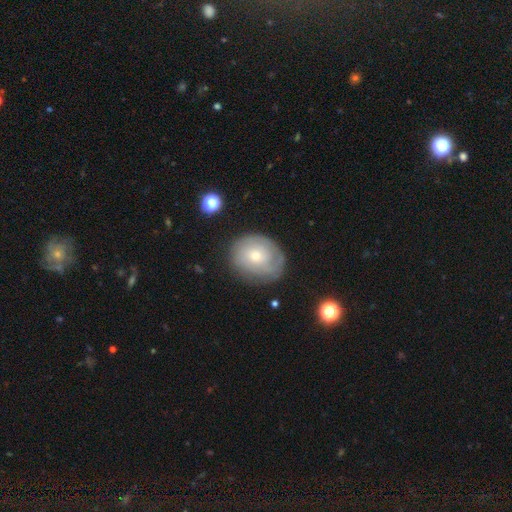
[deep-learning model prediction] A smooth galaxy with no disk features (48%).

Vote fractions:
- Smooth or featured? smooth: 48% / featured or disk: 45% / star or artifact: 8%
- Merging? none: 71% / minor disturbance: 20% / major disturbance: 7% / merger: 2%